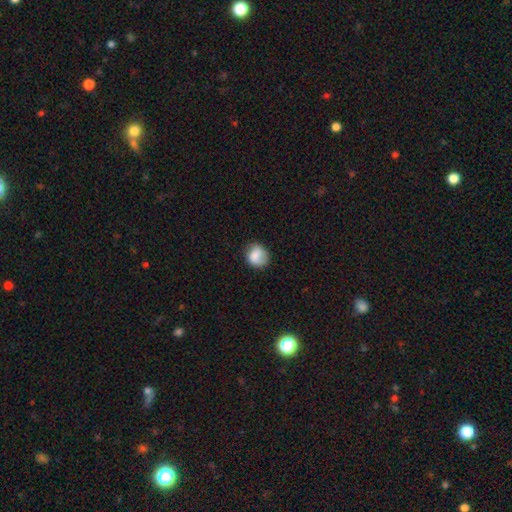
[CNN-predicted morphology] Q: Smooth or featured?
A: smooth (82%); runner-up: featured or disk (10%)
Q: How rounded?
A: round (74%); runner-up: in between (25%)
Q: Merging?
A: none (67%); runner-up: minor disturbance (25%)